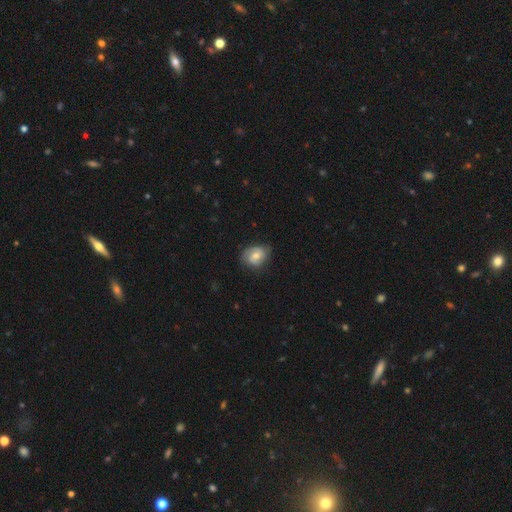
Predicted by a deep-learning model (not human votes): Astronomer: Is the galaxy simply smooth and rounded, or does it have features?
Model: featured or disk — 56% (runner-up: smooth, 36%).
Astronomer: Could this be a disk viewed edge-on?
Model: no — 97%.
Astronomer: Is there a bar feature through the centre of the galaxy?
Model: no — 59% (runner-up: weak, 35%).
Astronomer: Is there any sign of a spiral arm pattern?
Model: yes — 86%.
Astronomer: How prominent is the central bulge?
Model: moderate — 63%.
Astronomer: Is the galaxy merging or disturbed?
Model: none — 69%.